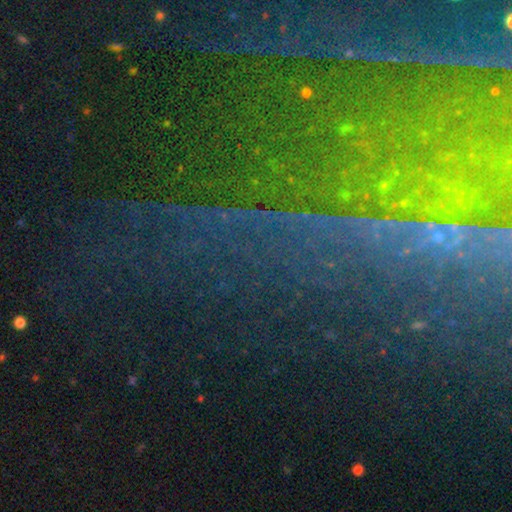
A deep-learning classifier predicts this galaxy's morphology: The model was most divided on "smooth or featured": star or artifact: 84%, featured or disk: 9%, smooth: 7%.